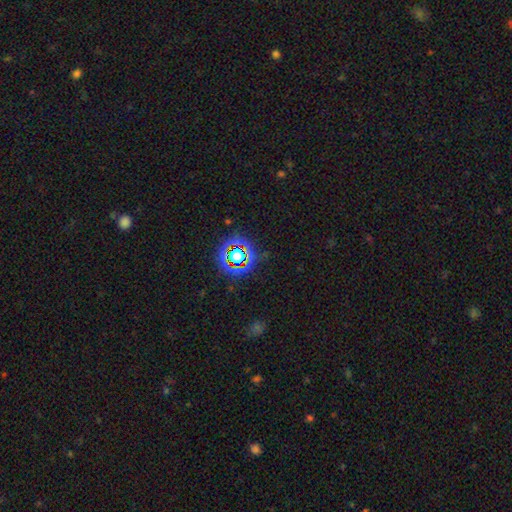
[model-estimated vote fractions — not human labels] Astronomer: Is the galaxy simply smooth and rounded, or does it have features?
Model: star or artifact — 75%.